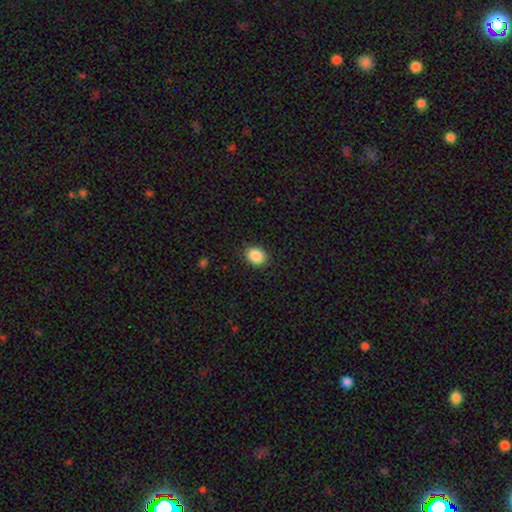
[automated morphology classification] smooth_or_featured: smooth (p=0.89) [alt: star or artifact p=0.08]
how_rounded: in between (p=0.52) [alt: round p=0.47]
merging: none (p=0.89) [alt: minor disturbance p=0.08]